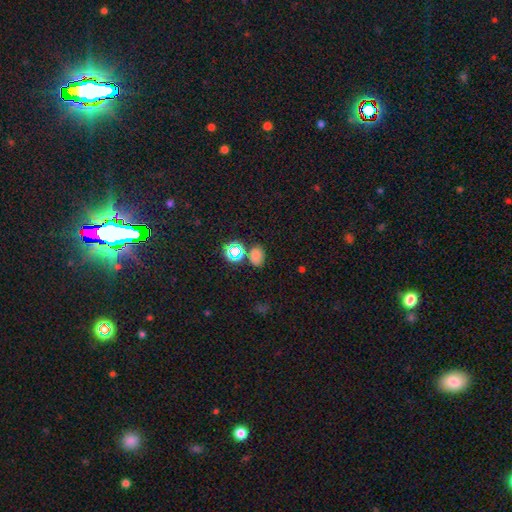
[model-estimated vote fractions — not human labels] Overall: smooth (68%). How rounded: in between (69%). Merging: none (75%).